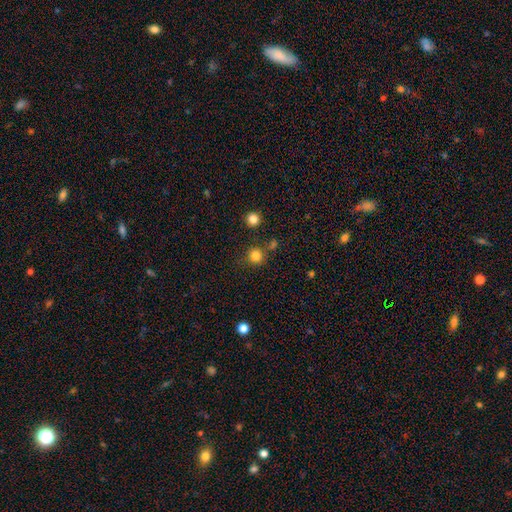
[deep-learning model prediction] A smooth galaxy with no disk features (82%) that is round (93%). Merging: none (80%).